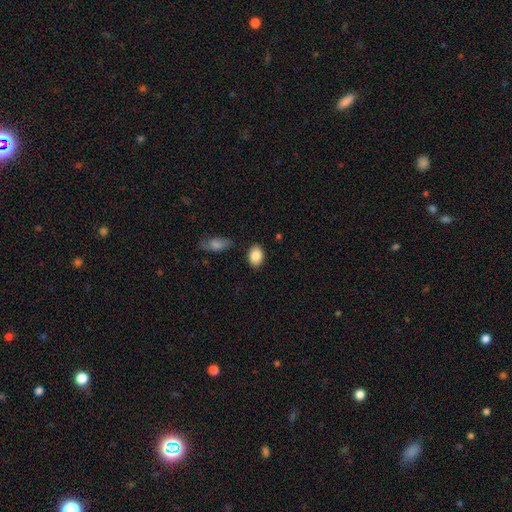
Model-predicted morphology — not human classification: Overall: smooth (87%). How rounded: in between (75%). Merging: none (83%).